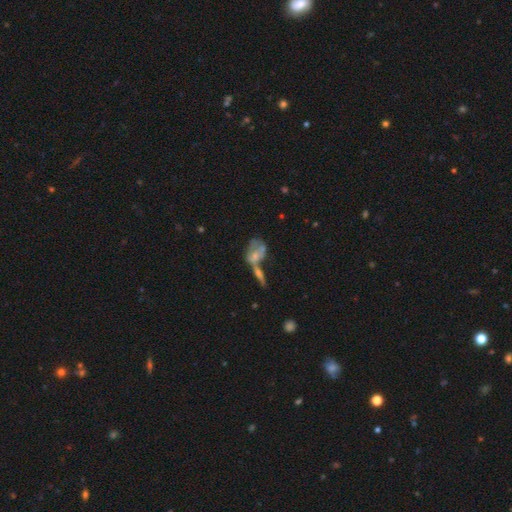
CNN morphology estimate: Q: Smooth or featured?
A: featured or disk (47%); runner-up: smooth (42%)
Q: Merging?
A: merger (52%); runner-up: none (20%)